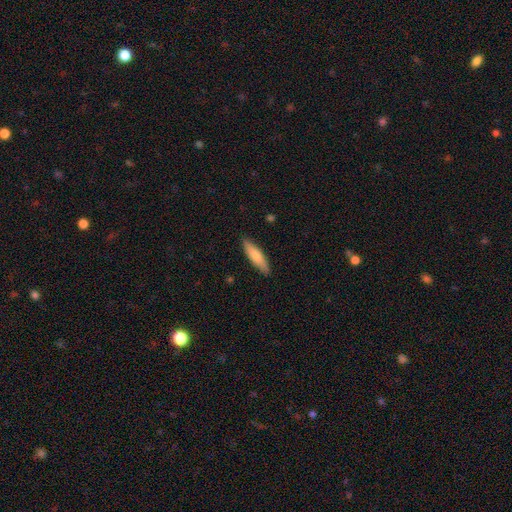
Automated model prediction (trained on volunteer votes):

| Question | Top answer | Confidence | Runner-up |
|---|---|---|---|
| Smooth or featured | smooth | 75% | featured or disk (20%) |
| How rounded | cigar-shaped | 70% | in between (28%) |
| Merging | none | 89% | minor disturbance (8%) |